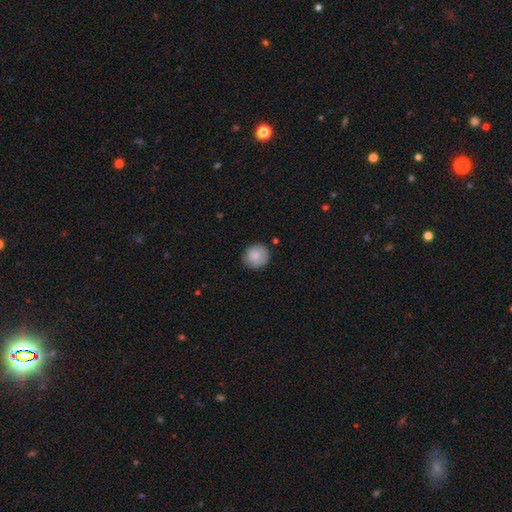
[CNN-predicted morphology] A smooth galaxy with no disk features (85%) that is round (92%).

Vote fractions:
- Smooth or featured? smooth: 85% / star or artifact: 7% / featured or disk: 7%
- How rounded? round: 92% / in between: 7% / cigar-shaped: 1%
- Merging? none: 84% / minor disturbance: 12% / major disturbance: 2% / merger: 2%